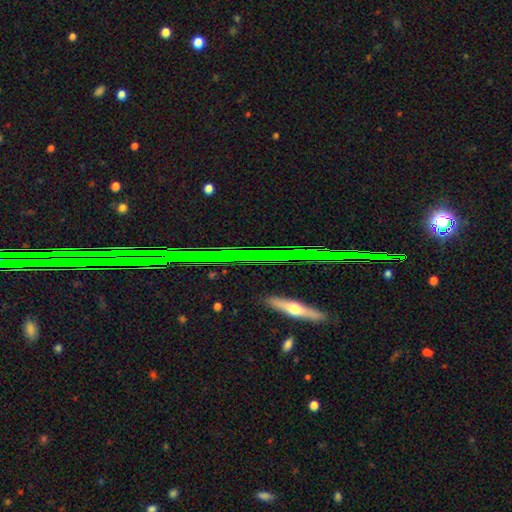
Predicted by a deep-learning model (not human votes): smooth-or-featured: star or artifact: 51% | featured or disk: 35% | smooth: 15%